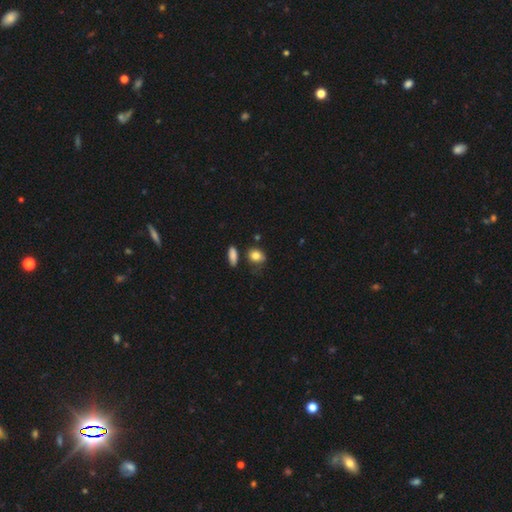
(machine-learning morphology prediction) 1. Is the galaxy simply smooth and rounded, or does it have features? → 82% smooth, 9% star or artifact, 9% featured or disk.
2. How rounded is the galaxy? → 54% in between, 44% round, 2% cigar-shaped.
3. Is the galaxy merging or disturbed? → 57% none, 27% minor disturbance, 9% major disturbance, 7% merger.